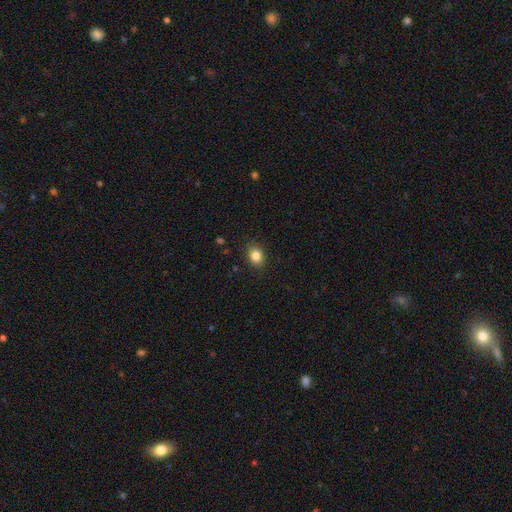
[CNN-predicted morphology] A smooth galaxy with no disk features (84%) that is round (53%).

Vote fractions:
- Smooth or featured? smooth: 84% / star or artifact: 10% / featured or disk: 5%
- How rounded? round: 53% / in between: 46% / cigar-shaped: 1%
- Merging? none: 88% / minor disturbance: 9% / major disturbance: 2% / merger: 1%